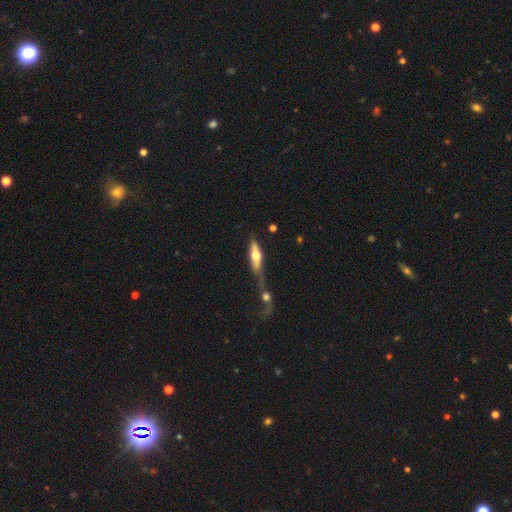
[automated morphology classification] featured or disk 50%, smooth 43%, star or artifact 7%. Down the decision tree: edge-on disk — yes (79%); merging — merger (46%).